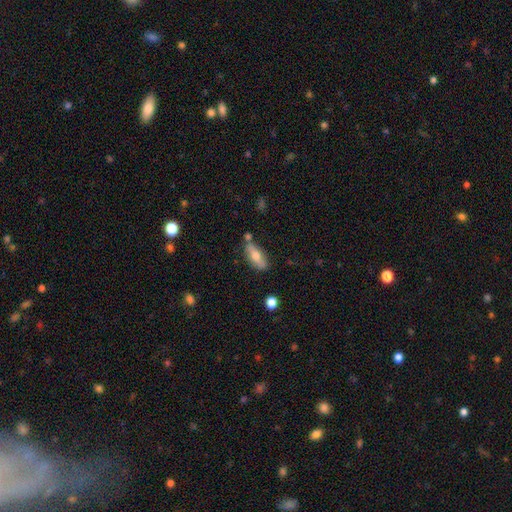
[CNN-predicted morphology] Smooth or featured? Predicted: smooth (p=0.61). How rounded? Predicted: in between (p=0.66). Merging? Predicted: none (p=0.72).